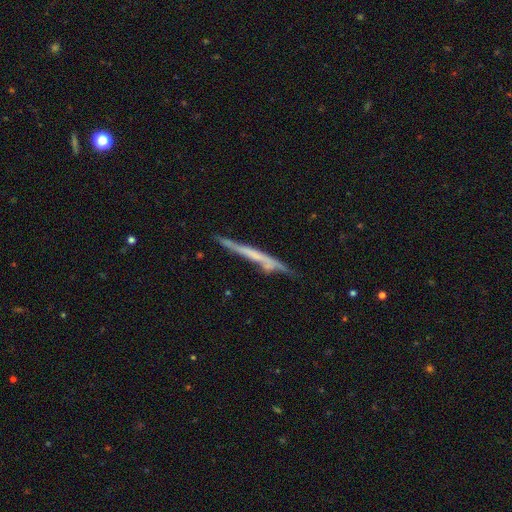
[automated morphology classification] type=featured or disk (57%); edge-on=yes (91%); edge-on bulge=none (83%); merging=none (68%).